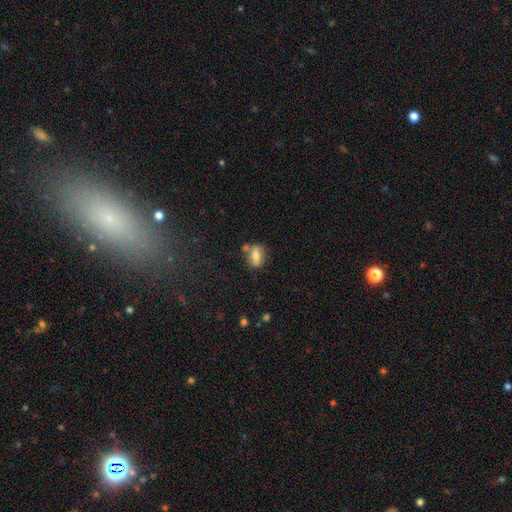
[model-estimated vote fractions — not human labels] Q: Smooth or featured?
A: smooth (67%); runner-up: featured or disk (24%)
Q: How rounded?
A: in between (71%); runner-up: round (22%)
Q: Merging?
A: none (64%); runner-up: minor disturbance (16%)